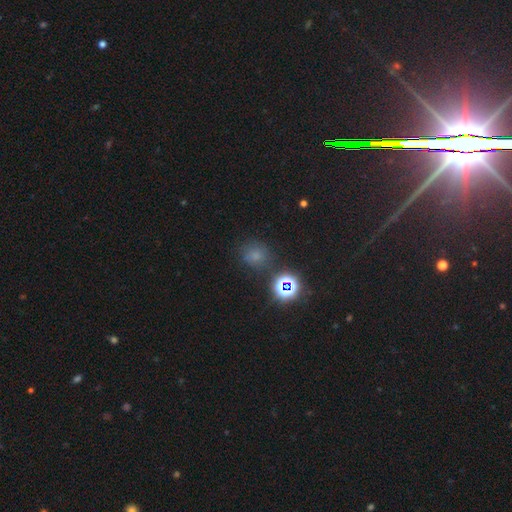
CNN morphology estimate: Smooth or featured? Predicted: smooth (p=0.59). How rounded? Predicted: round (p=0.84). Merging? Predicted: none (p=0.75).